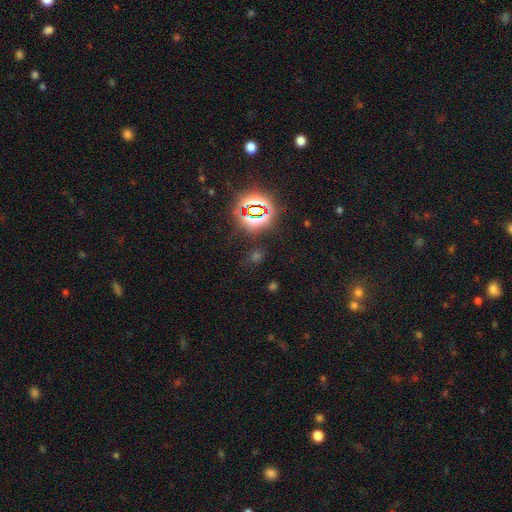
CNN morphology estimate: smooth-or-featured: star or artifact: 68% | smooth: 24% | featured or disk: 8%